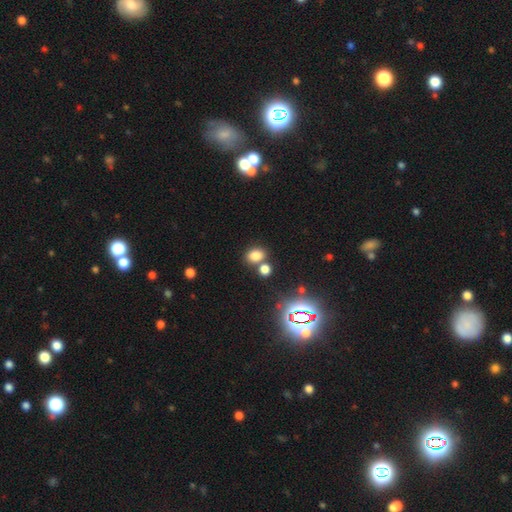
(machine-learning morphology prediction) The model was most divided on "how rounded": in between: 57%, round: 41%, cigar-shaped: 1%. More confident: smooth or featured — smooth (75%); merging — none (62%).